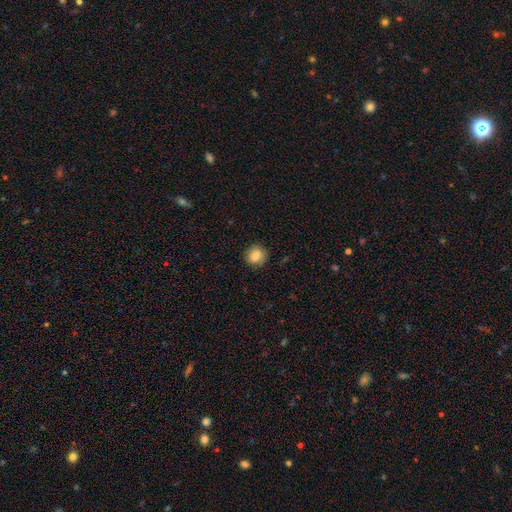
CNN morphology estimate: smooth_or_featured: smooth (p=0.84) [alt: star or artifact p=0.09]
how_rounded: round (p=0.82) [alt: in between p=0.17]
merging: none (p=0.82) [alt: minor disturbance p=0.13]